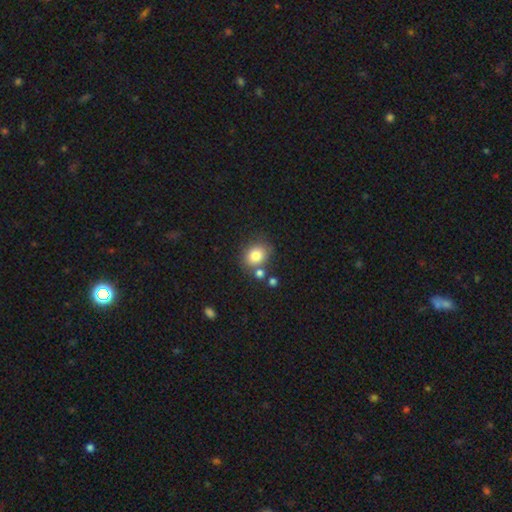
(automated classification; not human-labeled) Smooth or featured? smooth (81%)
How rounded? round (62%)
Merging? none (70%)